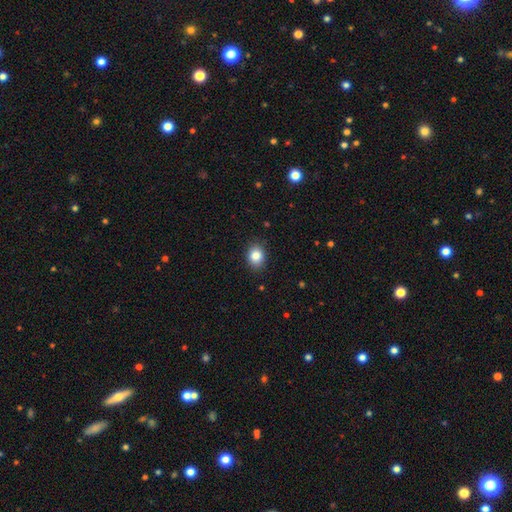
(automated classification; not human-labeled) smooth 85%, star or artifact 9%, featured or disk 6%. Down the decision tree: how rounded — round (50%); merging — none (87%).